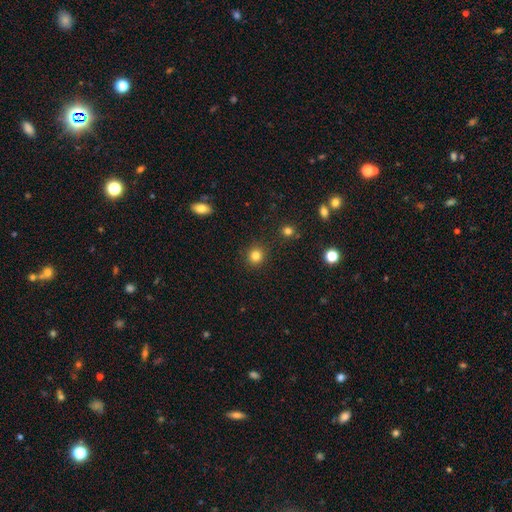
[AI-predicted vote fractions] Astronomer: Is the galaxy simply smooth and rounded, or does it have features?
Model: smooth — 83%.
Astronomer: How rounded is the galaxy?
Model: round — 91%.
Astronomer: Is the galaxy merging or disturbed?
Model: none — 91%.